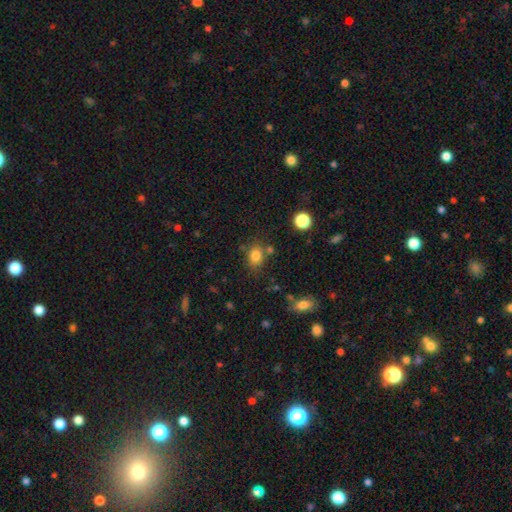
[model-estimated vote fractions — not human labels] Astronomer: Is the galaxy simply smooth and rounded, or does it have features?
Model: smooth — 80%.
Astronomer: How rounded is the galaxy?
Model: in between — 59% (runner-up: round, 40%).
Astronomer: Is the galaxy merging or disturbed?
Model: none — 71%.